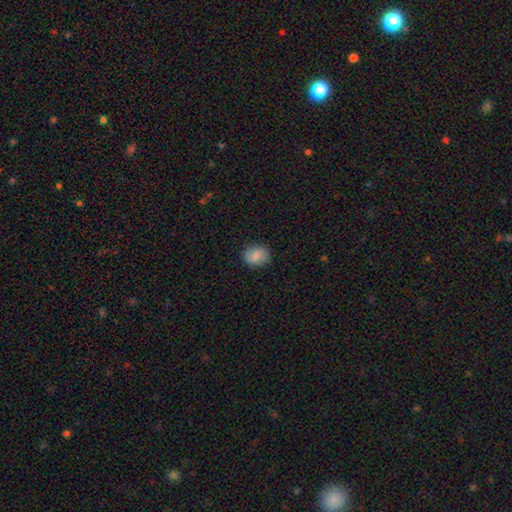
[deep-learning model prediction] smooth 82%, featured or disk 10%, star or artifact 8%. Down the decision tree: how rounded — round (56%); merging — none (82%).